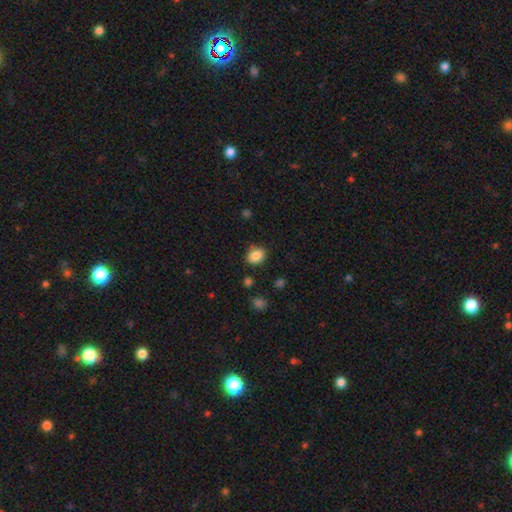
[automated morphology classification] Smooth or featured? smooth (87%)
How rounded? in between (59%)
Merging? none (78%)